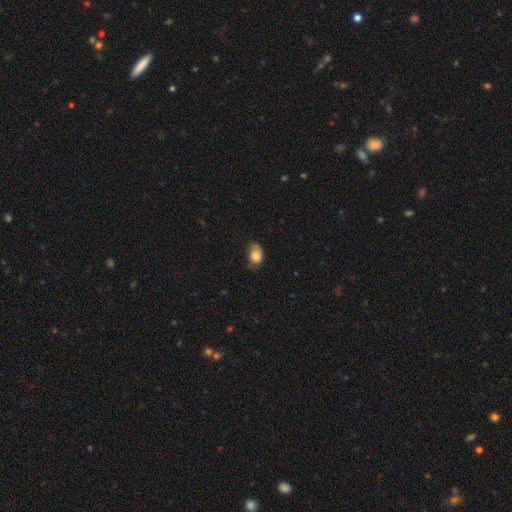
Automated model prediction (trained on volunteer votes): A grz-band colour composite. It shows a smooth galaxy with no disk features (79%) that is in between round and cigar-shaped (77%). Merging: none (46%).